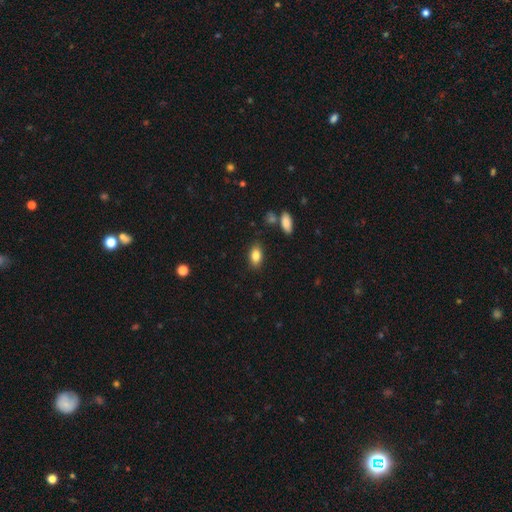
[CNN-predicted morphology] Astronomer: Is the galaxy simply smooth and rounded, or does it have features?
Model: smooth — 84%.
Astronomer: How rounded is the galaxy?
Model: in between — 88%.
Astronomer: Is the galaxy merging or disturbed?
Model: none — 84%.